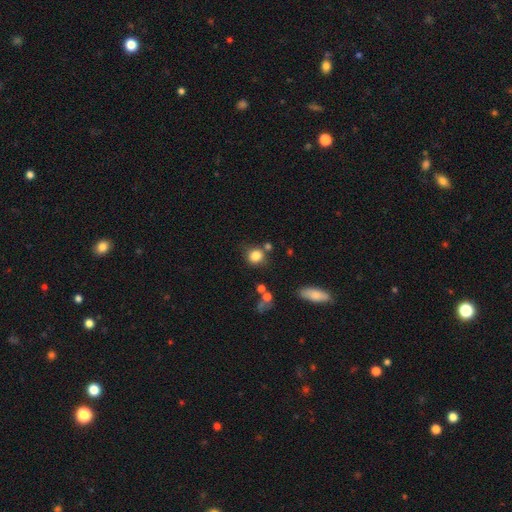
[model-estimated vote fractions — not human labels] Smooth or featured: smooth — 82% (star or artifact — 11%)
How rounded: round — 83% (in between — 16%)
Merging: none — 70% (minor disturbance — 14%)